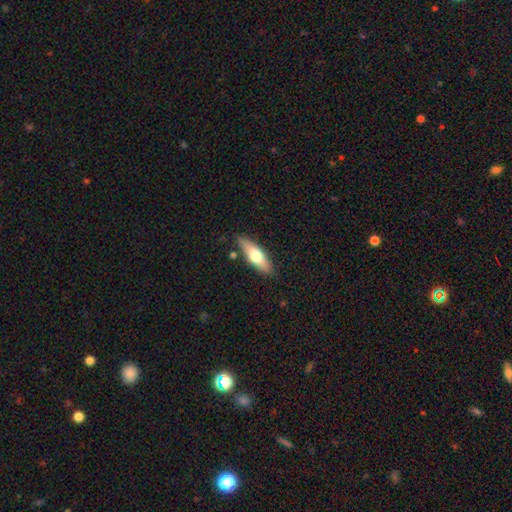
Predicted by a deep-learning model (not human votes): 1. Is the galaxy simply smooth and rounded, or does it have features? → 61% smooth, 34% featured or disk, 6% star or artifact.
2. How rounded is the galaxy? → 52% in between, 46% cigar-shaped, 2% round.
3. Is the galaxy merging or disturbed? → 83% none, 11% minor disturbance, 3% merger, 2% major disturbance.